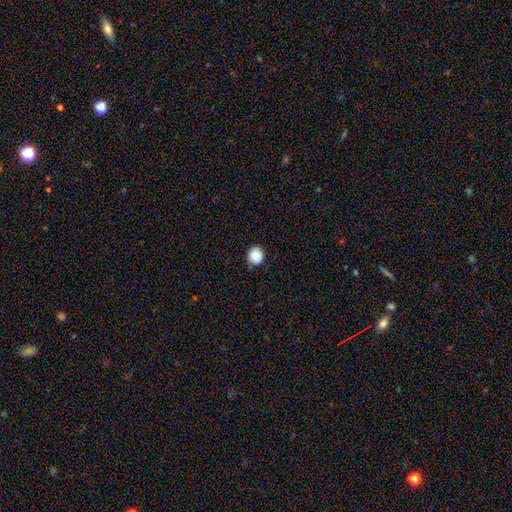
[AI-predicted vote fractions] Smooth or featured?
  - smooth: 87% *
  - star or artifact: 9%
  - featured or disk: 4%
How rounded?
  - round: 84% *
  - in between: 15%
  - cigar-shaped: 1%
Merging?
  - none: 86% *
  - minor disturbance: 11%
  - major disturbance: 2%
  - merger: 1%